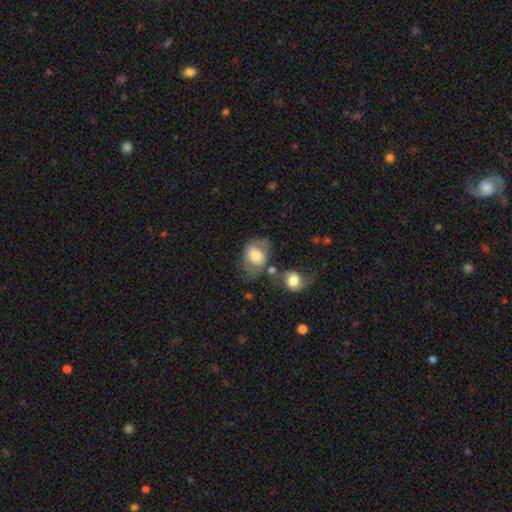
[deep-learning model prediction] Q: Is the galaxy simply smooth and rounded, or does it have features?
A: smooth — 63%.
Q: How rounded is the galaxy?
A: in between — 61%.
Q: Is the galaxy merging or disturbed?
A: none — 35%.